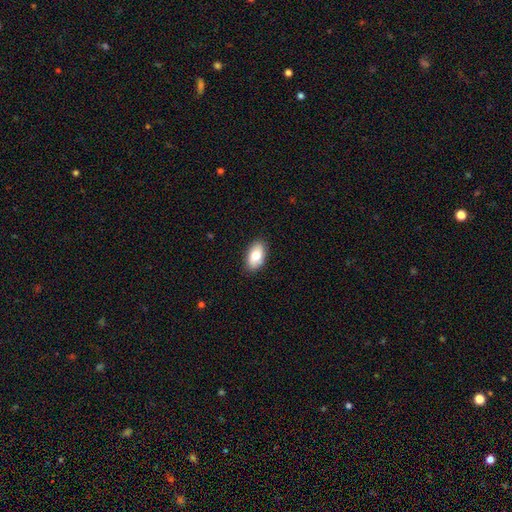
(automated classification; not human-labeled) Smooth or featured? Predicted: smooth (p=0.79). How rounded? Predicted: in between (p=0.93). Merging? Predicted: none (p=0.87).